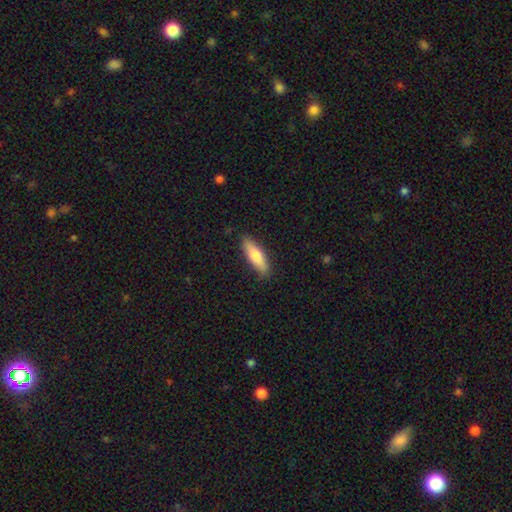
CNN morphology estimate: Smooth or featured: smooth — 70% (featured or disk — 24%)
How rounded: cigar-shaped — 55% (in between — 43%)
Merging: none — 86% (minor disturbance — 10%)